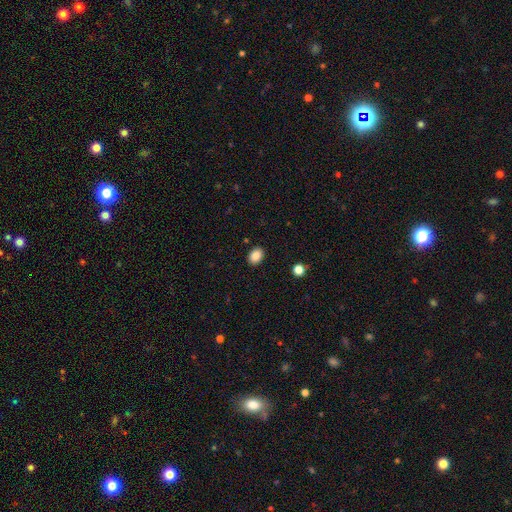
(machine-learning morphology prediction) Q: Smooth or featured?
A: smooth (87%); runner-up: star or artifact (9%)
Q: How rounded?
A: in between (70%); runner-up: round (29%)
Q: Merging?
A: none (89%); runner-up: minor disturbance (7%)